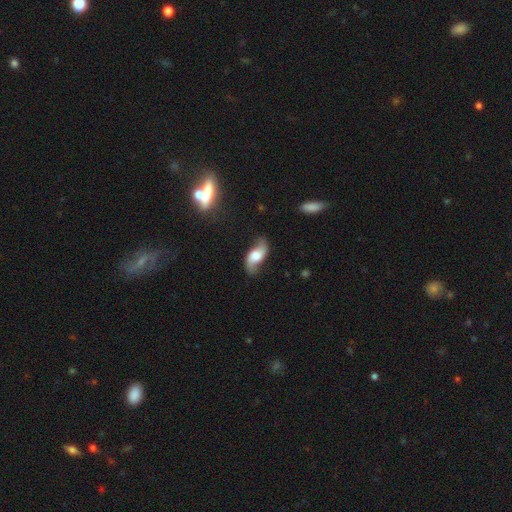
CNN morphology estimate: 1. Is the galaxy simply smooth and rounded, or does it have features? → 69% featured or disk, 24% smooth, 7% star or artifact.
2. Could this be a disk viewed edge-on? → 90% no, 10% yes.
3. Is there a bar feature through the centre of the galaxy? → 57% no, 33% weak, 10% strong.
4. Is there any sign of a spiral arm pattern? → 92% yes, 8% no.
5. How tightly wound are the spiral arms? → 79% loose, 16% medium, 5% tight.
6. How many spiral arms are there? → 92% 2, 3% can't tell, 2% 1, 1% 3, 1% 4, 1% more than 4.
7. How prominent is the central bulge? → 48% moderate, 33% large, 11% small, 5% dominant, 4% none.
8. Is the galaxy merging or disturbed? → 74% none, 18% minor disturbance, 6% major disturbance, 2% merger.